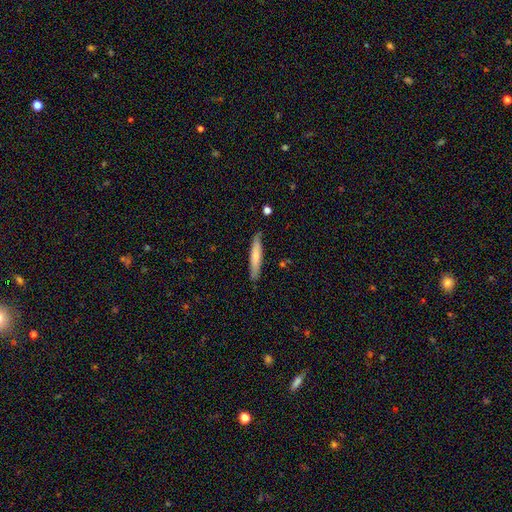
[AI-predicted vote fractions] Smooth or featured? smooth (70%)
How rounded? cigar-shaped (91%)
Merging? none (84%)